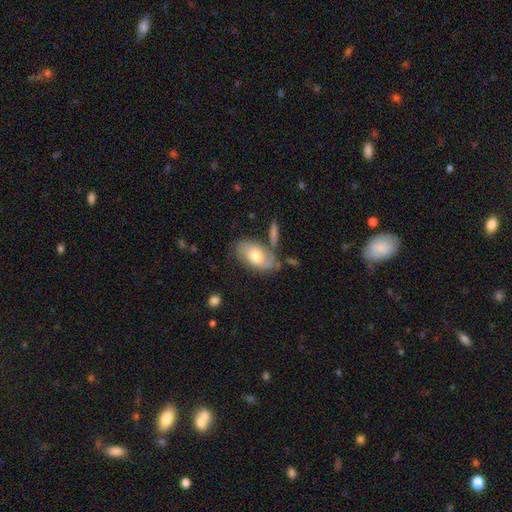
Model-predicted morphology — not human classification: This is possibly a smooth galaxy (57%). How rounded: clearly in between (92%). Merging: likely none (62%).